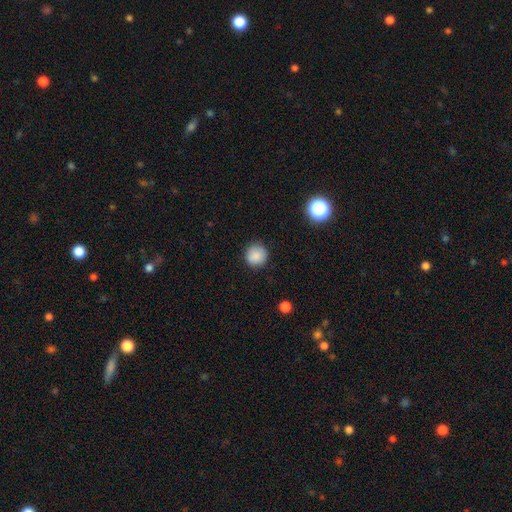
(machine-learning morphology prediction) smooth-or-featured: smooth: 87% | star or artifact: 9% | featured or disk: 4%
  how-rounded: round: 93% | in between: 6% | cigar-shaped: 1%
  merging: none: 89% | minor disturbance: 8% | major disturbance: 2% | merger: 1%